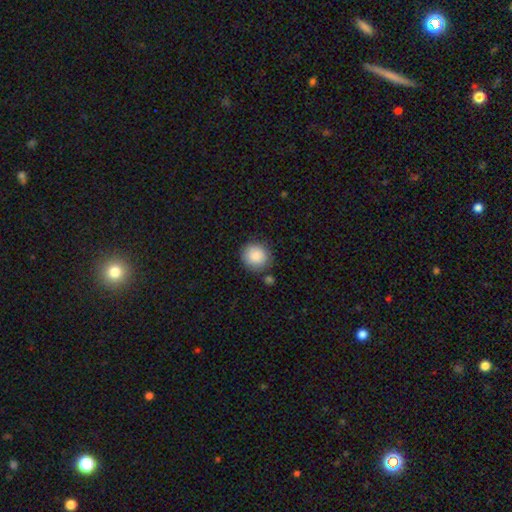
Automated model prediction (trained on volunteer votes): smooth_or_featured: smooth (p=0.88) [alt: star or artifact p=0.08]
how_rounded: round (p=0.89) [alt: in between p=0.10]
merging: none (p=0.82) [alt: minor disturbance p=0.11]